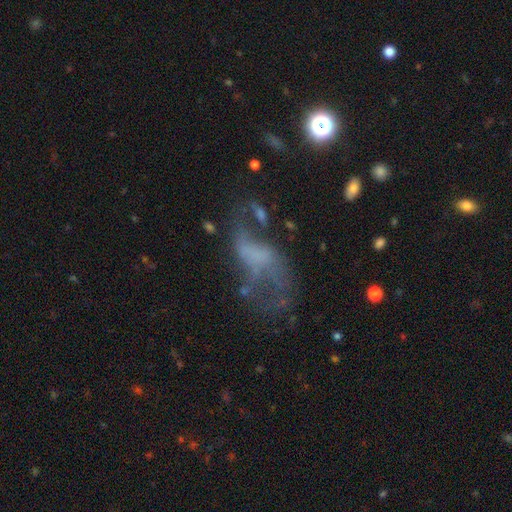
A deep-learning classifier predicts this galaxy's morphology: Smooth or featured? Predicted: featured or disk (p=0.58). Edge-on disk? Predicted: no (p=0.95). Bar? Predicted: no (p=0.70). Spiral arms? Predicted: no (p=0.56). Bulge size? Predicted: none (p=0.72). Merging? Predicted: major disturbance (p=0.44).